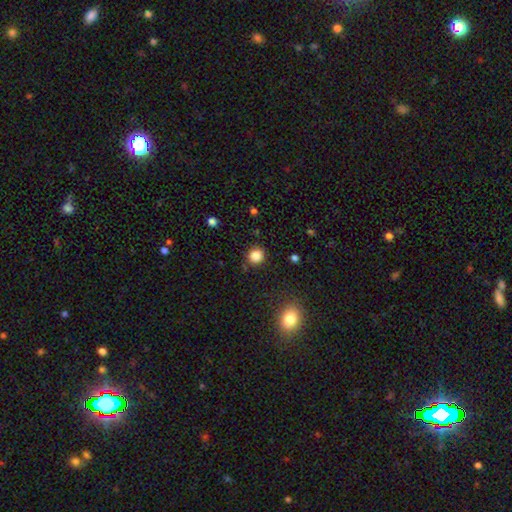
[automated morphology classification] Smooth or featured? smooth (85%)
How rounded? round (88%)
Merging? none (88%)